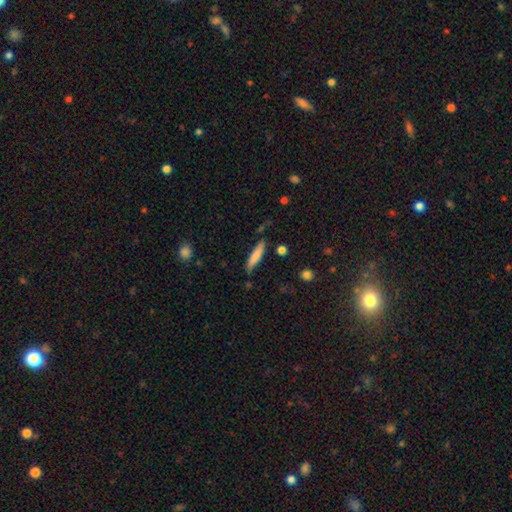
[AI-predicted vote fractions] Overall: smooth (77%). How rounded: cigar-shaped (80%). Merging: none (78%).